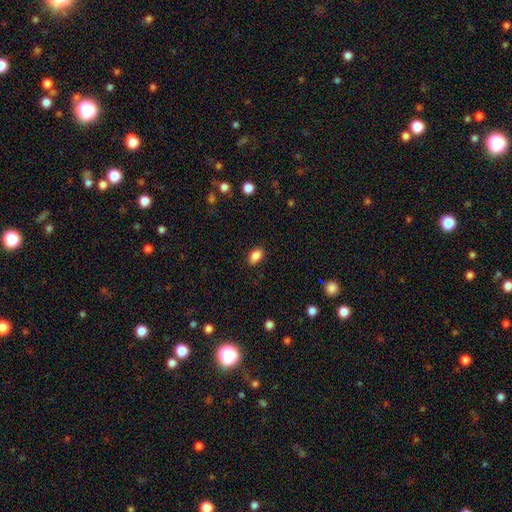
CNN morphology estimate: A smooth galaxy with no disk features (87%) that is in between round and cigar-shaped (88%).

Vote fractions:
- Smooth or featured? smooth: 87% / star or artifact: 9% / featured or disk: 4%
- How rounded? in between: 88% / round: 10% / cigar-shaped: 2%
- Merging? none: 86% / minor disturbance: 10% / major disturbance: 2% / merger: 1%